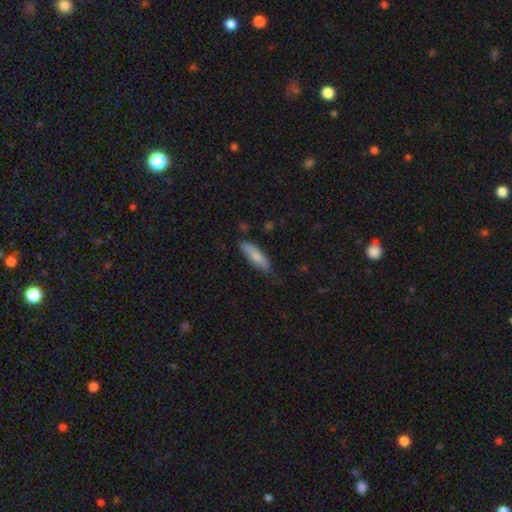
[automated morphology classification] smooth 78%, featured or disk 16%, star or artifact 6%. Down the decision tree: how rounded — cigar-shaped (56%); merging — none (67%).